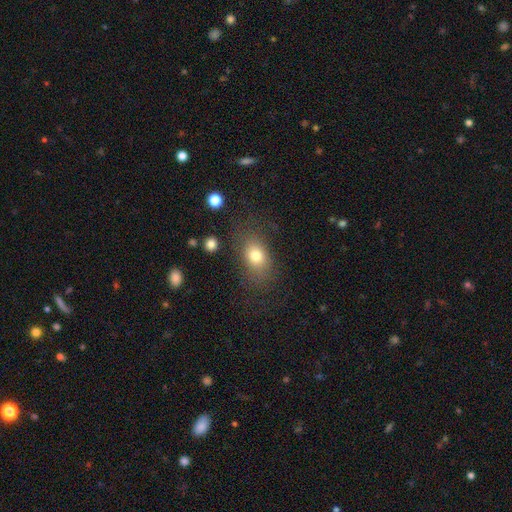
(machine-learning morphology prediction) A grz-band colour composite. It shows a smooth galaxy with no disk features (76%) that is in between round and cigar-shaped (74%). Merging: none (69%).